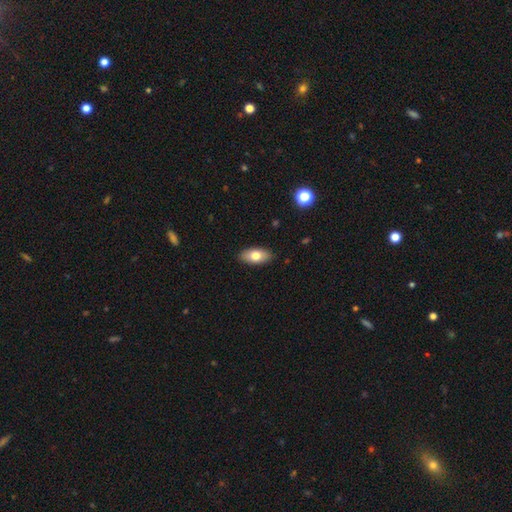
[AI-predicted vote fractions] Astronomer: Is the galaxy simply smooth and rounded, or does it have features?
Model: smooth — 74%.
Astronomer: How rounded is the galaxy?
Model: in between — 90%.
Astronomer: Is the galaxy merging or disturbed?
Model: none — 89%.